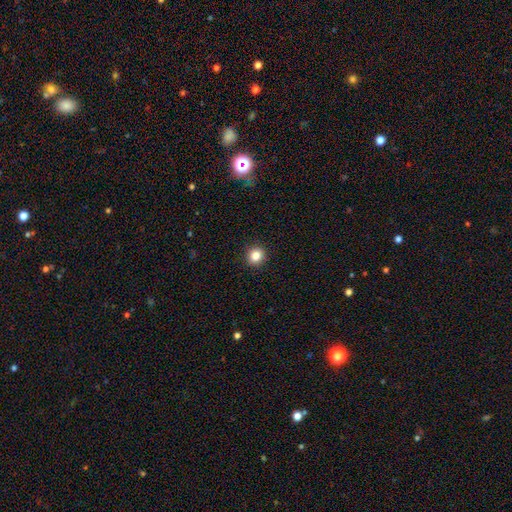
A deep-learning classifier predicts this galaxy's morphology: The model was most divided on "smooth or featured": smooth: 84%, star or artifact: 11%, featured or disk: 5%. More confident: merging — none (92%); how rounded — round (90%).